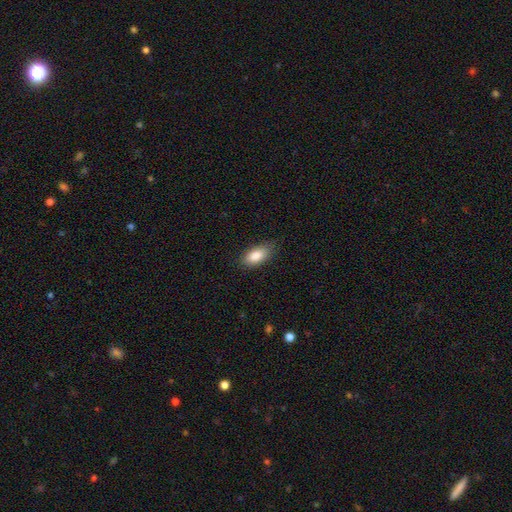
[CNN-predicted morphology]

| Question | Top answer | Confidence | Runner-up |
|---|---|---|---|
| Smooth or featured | smooth | 86% | featured or disk (7%) |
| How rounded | in between | 90% | cigar-shaped (7%) |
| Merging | none | 79% | minor disturbance (17%) |